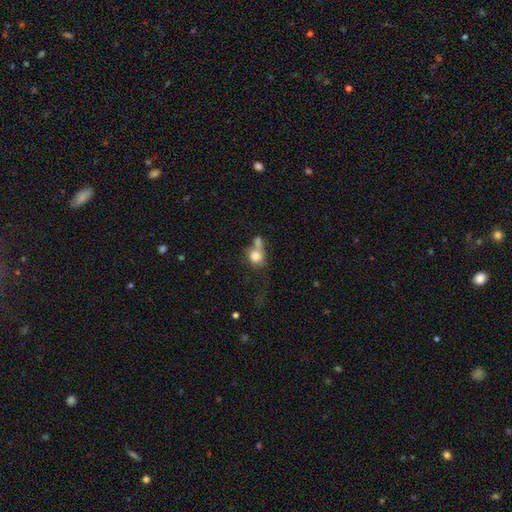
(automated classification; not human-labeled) A smooth galaxy with no disk features (77%) that is round (67%). Merging: merger (51%).